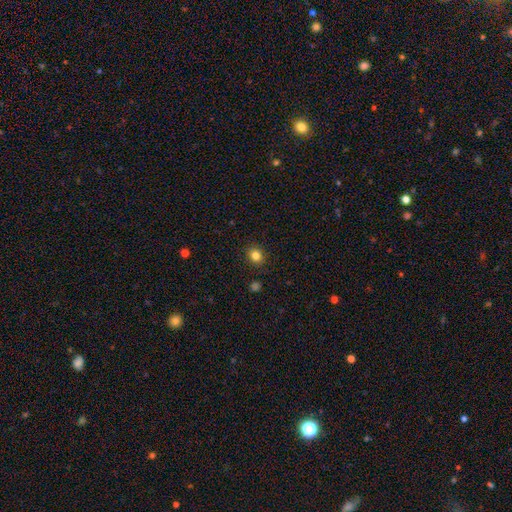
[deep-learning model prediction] Overall: smooth (82%). How rounded: round (73%). Merging: none (90%).